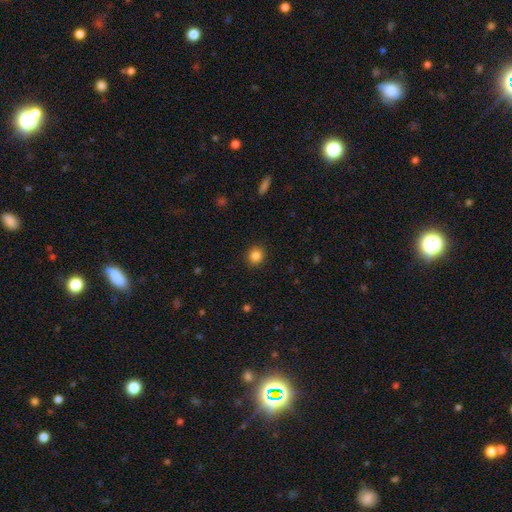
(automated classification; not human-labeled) Overall: smooth (85%). How rounded: round (87%). Merging: none (91%).